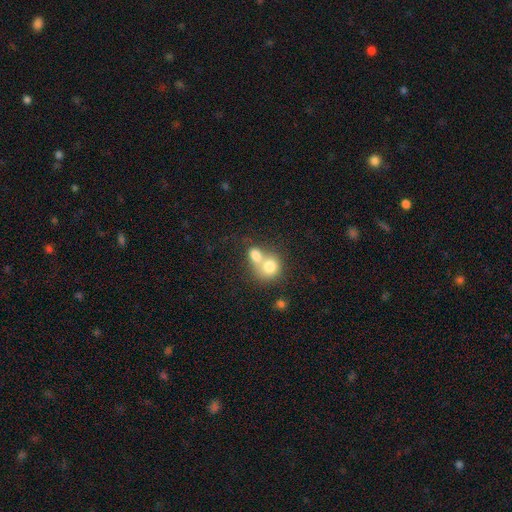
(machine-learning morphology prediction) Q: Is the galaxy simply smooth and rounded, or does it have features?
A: smooth — 74%.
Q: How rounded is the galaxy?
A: round — 60%.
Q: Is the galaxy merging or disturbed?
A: merger — 74%.